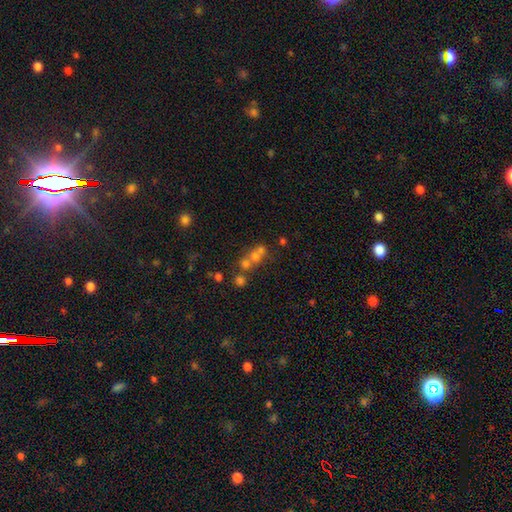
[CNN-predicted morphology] Smooth or featured? Predicted: smooth (p=0.48). Merging? Predicted: merger (p=0.49).